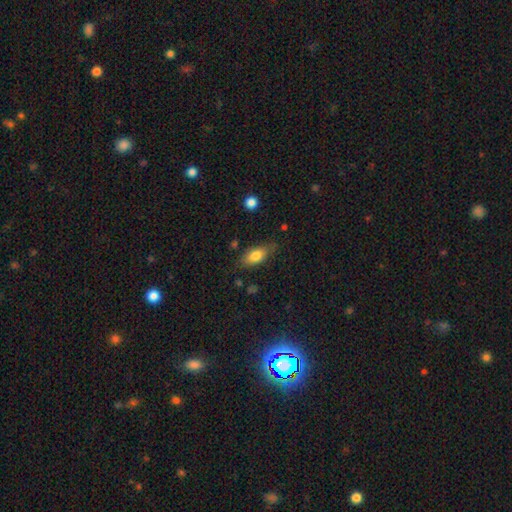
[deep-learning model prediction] The model was most divided on "merging": none: 71%, minor disturbance: 21%, major disturbance: 5%, merger: 2%. More confident: how rounded — in between (84%); smooth or featured — smooth (77%).